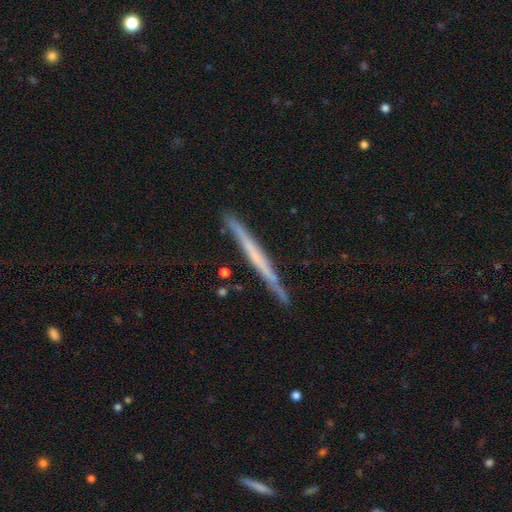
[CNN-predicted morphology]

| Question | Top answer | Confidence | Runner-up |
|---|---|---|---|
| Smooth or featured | featured or disk | 57% | smooth (37%) |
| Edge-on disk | yes | 97% | no (3%) |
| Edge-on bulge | none | 86% | rounded (8%) |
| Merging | none | 87% | minor disturbance (10%) |